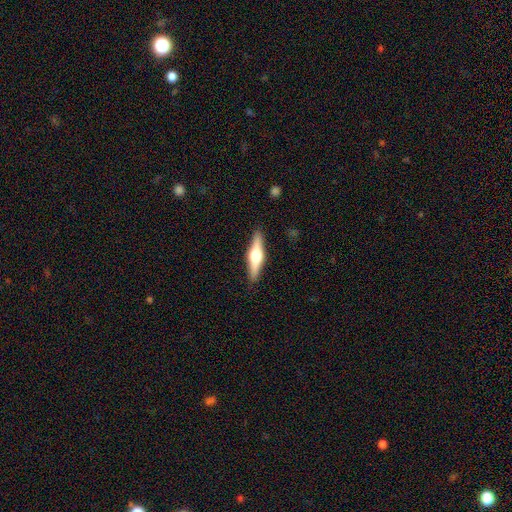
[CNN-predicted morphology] Smooth or featured?
  - featured or disk: 63% *
  - smooth: 31%
  - star or artifact: 6%
Edge-on disk?
  - yes: 97% *
  - no: 3%
Edge-on bulge?
  - rounded: 94% *
  - boxy: 4%
  - none: 2%
Merging?
  - none: 90% *
  - minor disturbance: 7%
  - major disturbance: 2%
  - merger: 1%